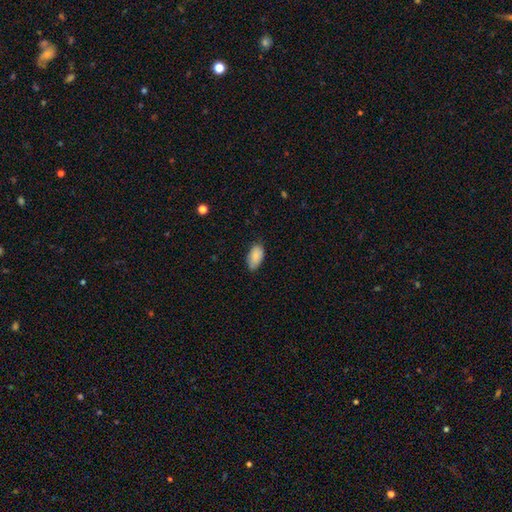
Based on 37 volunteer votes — This is likely a smooth galaxy (78%). How rounded: clearly in between (100%). Merging: clearly none (82%).